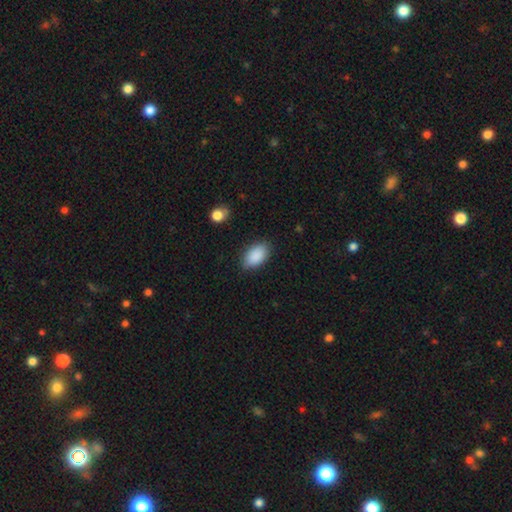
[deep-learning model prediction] This appears to be a smooth galaxy with no disk features (90%) that is in between round and cigar-shaped (93%). Merging: none (85%).